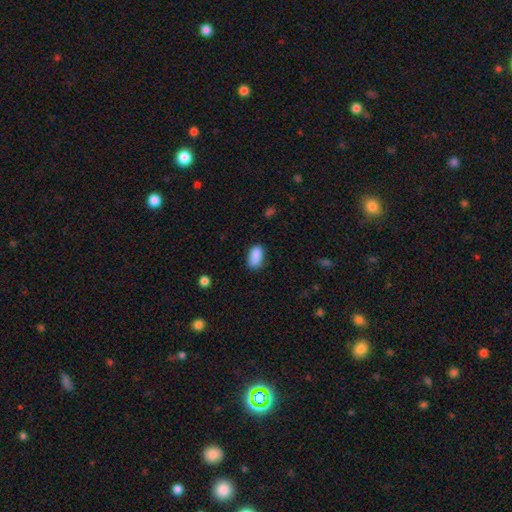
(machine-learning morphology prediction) A smooth galaxy with no disk features (89%) that is in between round and cigar-shaped (91%).

Vote fractions:
- Smooth or featured? smooth: 89% / star or artifact: 8% / featured or disk: 4%
- How rounded? in between: 91% / cigar-shaped: 5% / round: 4%
- Merging? none: 78% / minor disturbance: 17% / major disturbance: 3% / merger: 2%